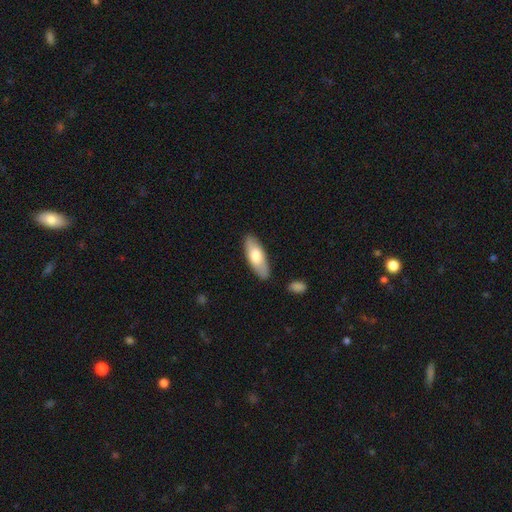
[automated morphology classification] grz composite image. It shows a smooth galaxy with no disk features (68%) that is in between round and cigar-shaped (71%). Merging: none (85%).